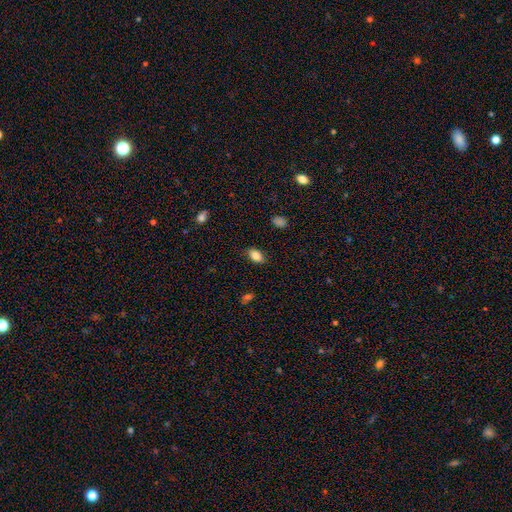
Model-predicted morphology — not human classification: This appears to be a smooth galaxy with no disk features (84%) that is in between round and cigar-shaped (90%). Merging: none (85%).